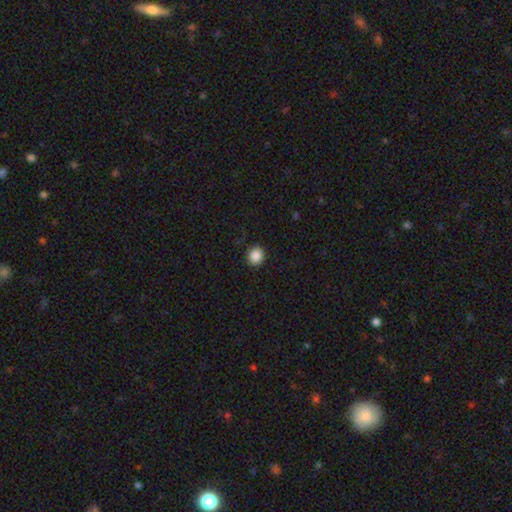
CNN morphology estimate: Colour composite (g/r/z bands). It shows a smooth galaxy with no disk features (87%) that is round (79%). Merging: none (90%).